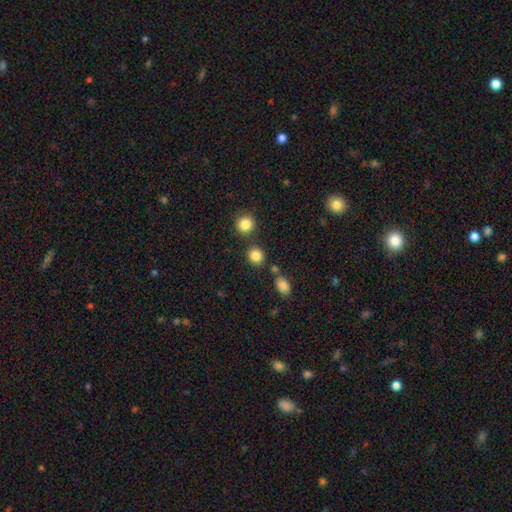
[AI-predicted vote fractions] smooth 84%, star or artifact 11%, featured or disk 5%. Down the decision tree: how rounded — round (79%); merging — none (76%).